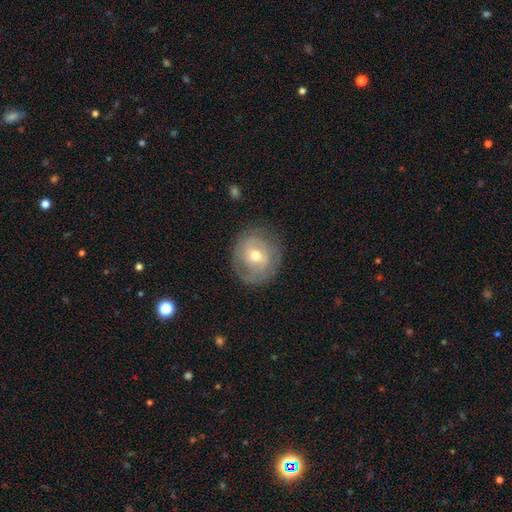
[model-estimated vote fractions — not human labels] featured or disk 61%, smooth 31%, star or artifact 8%. Down the decision tree: edge-on disk — no (96%); bar — no (54%); spiral arms — yes (72%); bulge size — moderate (65%); merging — none (77%).